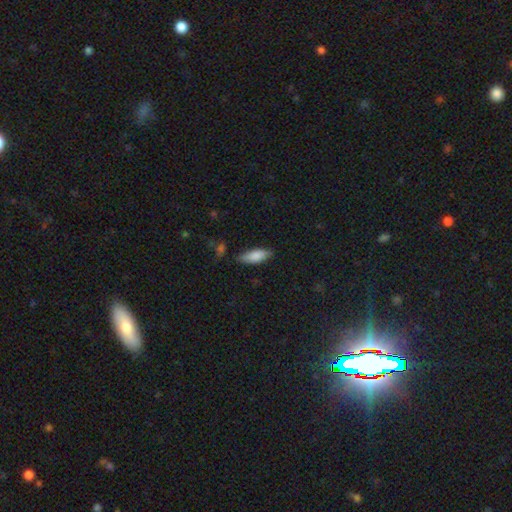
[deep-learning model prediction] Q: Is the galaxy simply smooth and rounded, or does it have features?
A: smooth — 84%.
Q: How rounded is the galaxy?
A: in between — 72%.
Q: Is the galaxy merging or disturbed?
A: none — 76%.